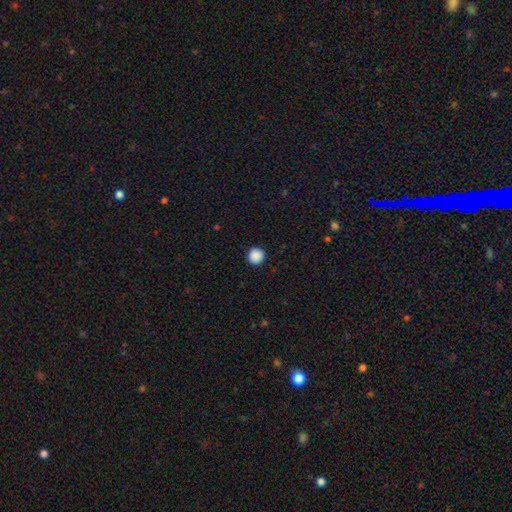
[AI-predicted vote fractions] This appears to be a smooth galaxy with no disk features (89%) that is round (96%). Merging: none (93%).